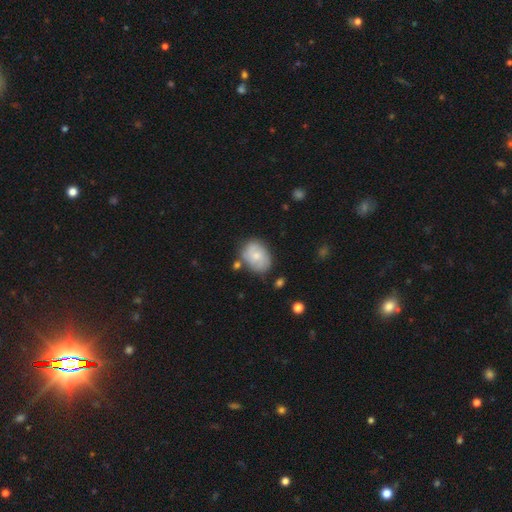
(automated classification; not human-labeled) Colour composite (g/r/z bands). It shows a smooth galaxy with no disk features (62%) that is in between round and cigar-shaped (70%). Merging: none (67%).